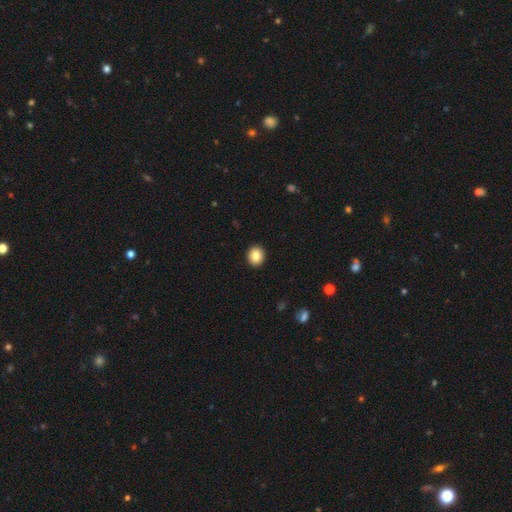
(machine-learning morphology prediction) Overall: smooth (85%). How rounded: round (76%). Merging: none (93%).